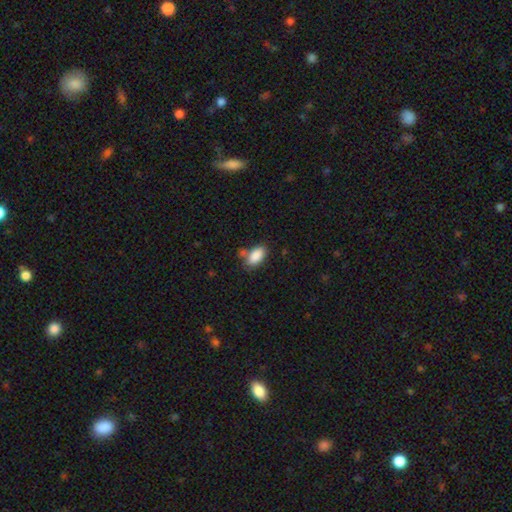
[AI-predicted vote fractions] A smooth galaxy with no disk features (88%) that is in between round and cigar-shaped (93%). Merging: none (64%).